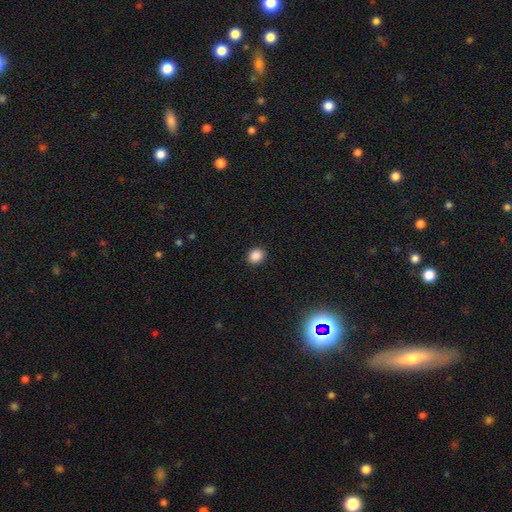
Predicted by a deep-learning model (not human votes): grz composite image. It shows a smooth galaxy with no disk features (87%) that is round (70%). Merging: none (91%).